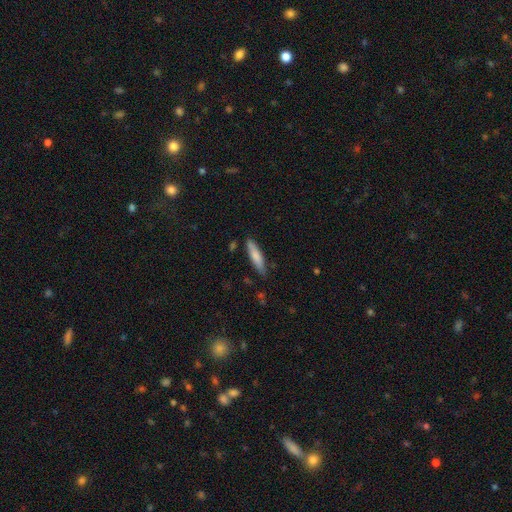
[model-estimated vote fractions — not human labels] The model was most divided on "how rounded": cigar-shaped: 79%, in between: 20%, round: 1%. More confident: merging — none (81%); smooth or featured — smooth (78%).